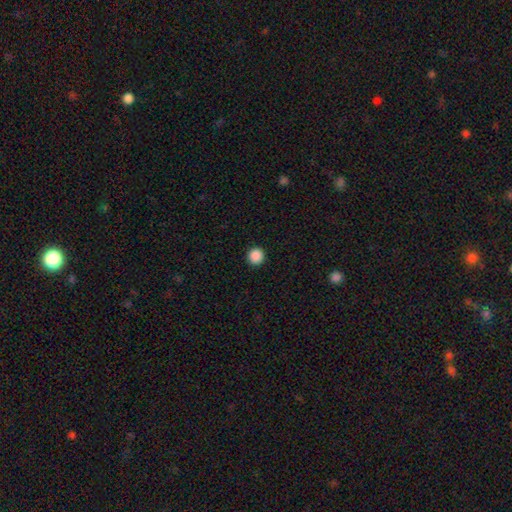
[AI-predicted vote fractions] Smooth or featured? Predicted: smooth (p=0.89). How rounded? Predicted: round (p=0.95). Merging? Predicted: none (p=0.93).